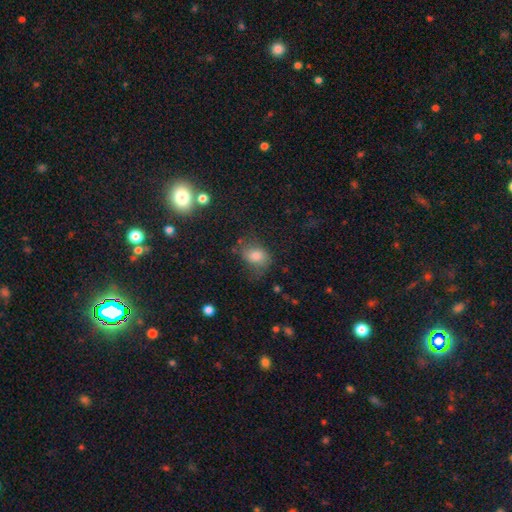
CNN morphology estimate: type=smooth (72%); roundness=in between (65%); merging=none (55%).